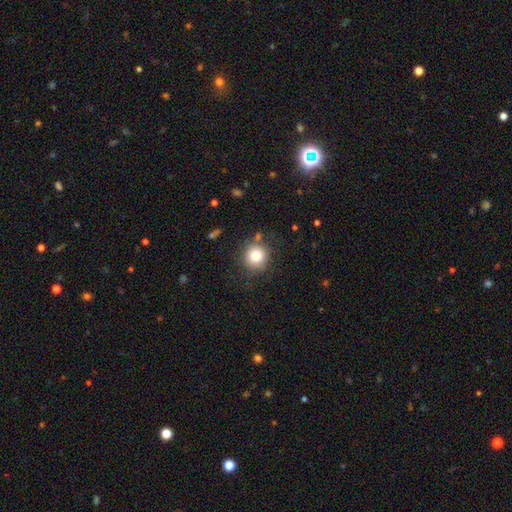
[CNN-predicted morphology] The model was most divided on "smooth or featured": smooth: 81%, star or artifact: 11%, featured or disk: 9%. More confident: how rounded — round (91%); merging — none (81%).